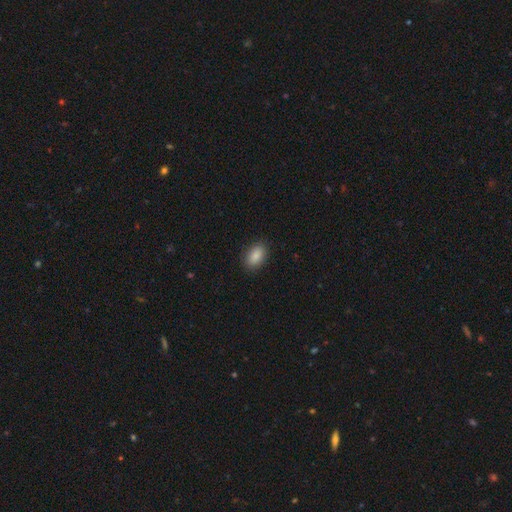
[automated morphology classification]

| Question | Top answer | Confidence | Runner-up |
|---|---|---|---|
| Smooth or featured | smooth | 88% | star or artifact (7%) |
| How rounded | in between | 90% | round (8%) |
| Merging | none | 89% | minor disturbance (8%) |